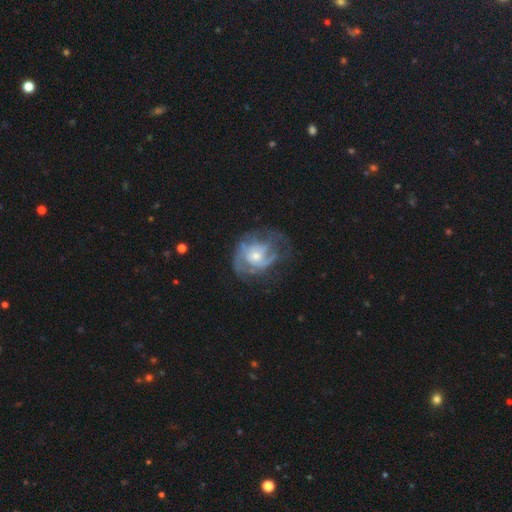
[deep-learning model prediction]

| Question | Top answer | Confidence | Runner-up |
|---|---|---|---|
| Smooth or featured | featured or disk | 77% | smooth (16%) |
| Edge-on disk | no | 97% | yes (3%) |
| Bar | no | 77% | weak (20%) |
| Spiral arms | yes | 82% | no (18%) |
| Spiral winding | tight | 41% | medium (40%) |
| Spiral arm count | can't tell | 36% | 2 (29%) |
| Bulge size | small | 48% | moderate (45%) |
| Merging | none | 51% | major disturbance (25%) |